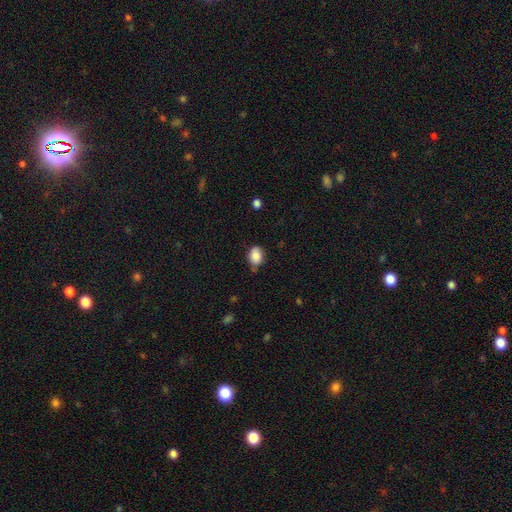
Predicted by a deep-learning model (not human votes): This appears to be a smooth galaxy with no disk features (82%) that is in between round and cigar-shaped (63%). Merging: none (64%).